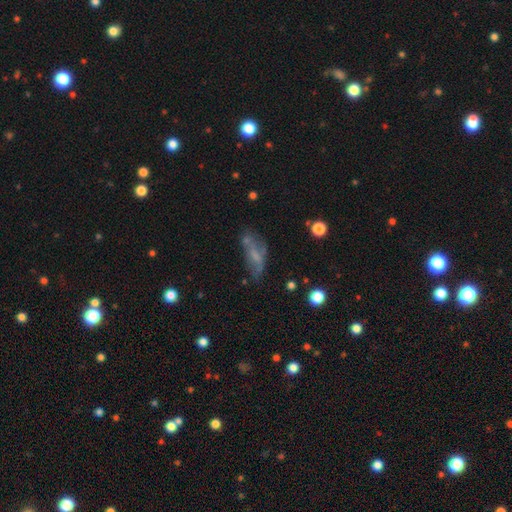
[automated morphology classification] A smooth galaxy with no disk features (47%). Merging: none (41%).